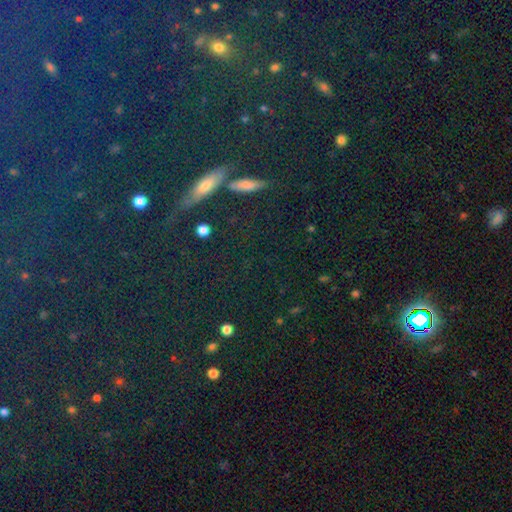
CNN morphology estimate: Smooth or featured?
  - star or artifact: 51% *
  - featured or disk: 27%
  - smooth: 22%